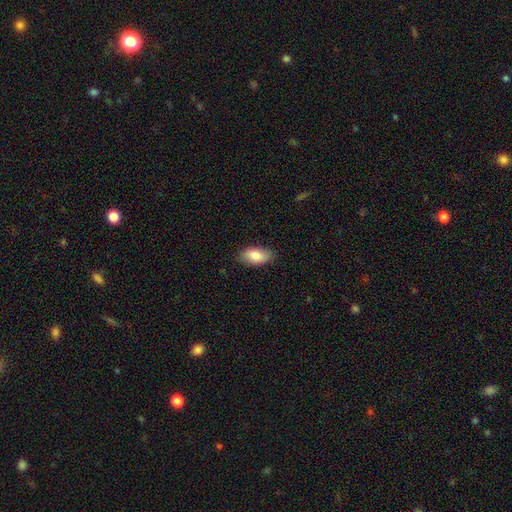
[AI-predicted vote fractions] smooth 84%, featured or disk 10%, star or artifact 6%. Down the decision tree: how rounded — in between (93%); merging — none (85%).